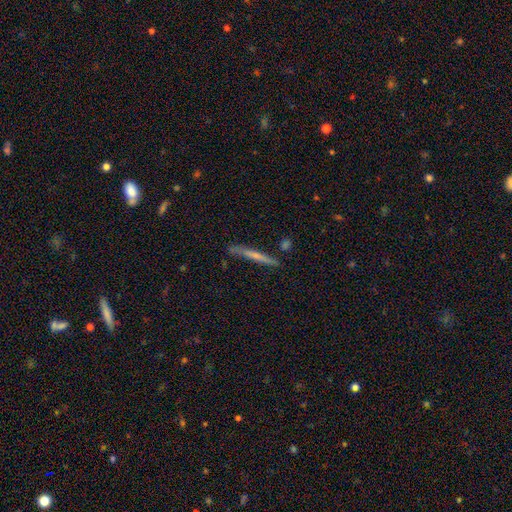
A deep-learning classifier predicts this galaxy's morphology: The model was most divided on "smooth or featured": featured or disk: 53%, smooth: 40%, star or artifact: 6%. More confident: edge-on disk — yes (96%); merging — none (85%); edge-on bulge — none (58%).